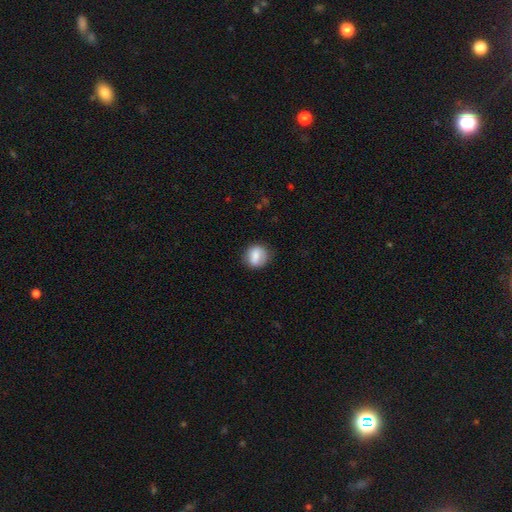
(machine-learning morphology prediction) Smooth or featured? smooth (74%)
How rounded? round (72%)
Merging? none (79%)